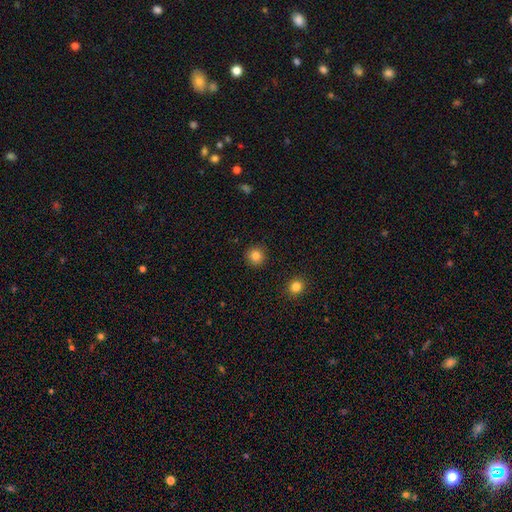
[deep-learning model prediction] Smooth or featured? smooth (84%)
How rounded? round (93%)
Merging? none (91%)